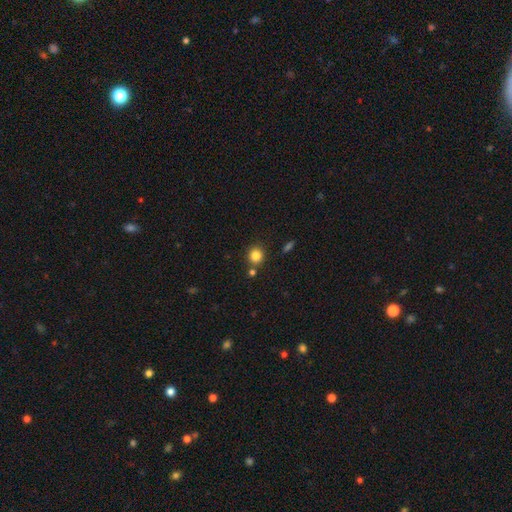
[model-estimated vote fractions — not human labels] Q: Smooth or featured?
A: smooth (82%); runner-up: star or artifact (12%)
Q: How rounded?
A: round (85%); runner-up: in between (14%)
Q: Merging?
A: none (79%); runner-up: merger (10%)